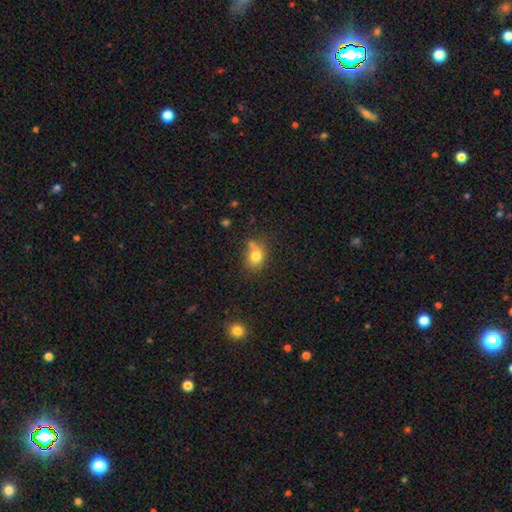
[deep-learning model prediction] Smooth or featured: smooth — 77% (star or artifact — 12%)
How rounded: in between — 50% (round — 48%)
Merging: none — 53% (minor disturbance — 25%)